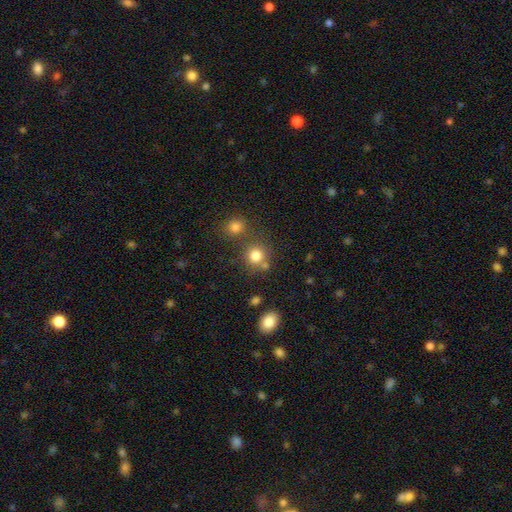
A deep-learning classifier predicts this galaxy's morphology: Smooth or featured? smooth (81%)
How rounded? round (88%)
Merging? none (67%)